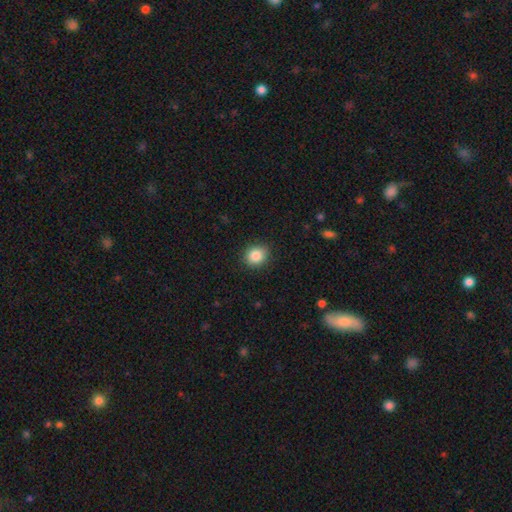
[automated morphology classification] Smooth or featured?
  - smooth: 86% *
  - star or artifact: 9%
  - featured or disk: 5%
How rounded?
  - round: 76% *
  - in between: 23%
  - cigar-shaped: 1%
Merging?
  - none: 89% *
  - minor disturbance: 8%
  - major disturbance: 2%
  - merger: 1%